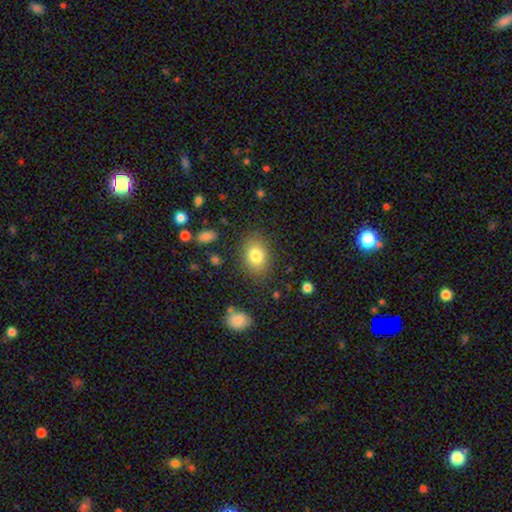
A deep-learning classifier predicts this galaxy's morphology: This is clearly a smooth galaxy (81%). How rounded: possibly in between (58%). Merging: clearly none (83%).